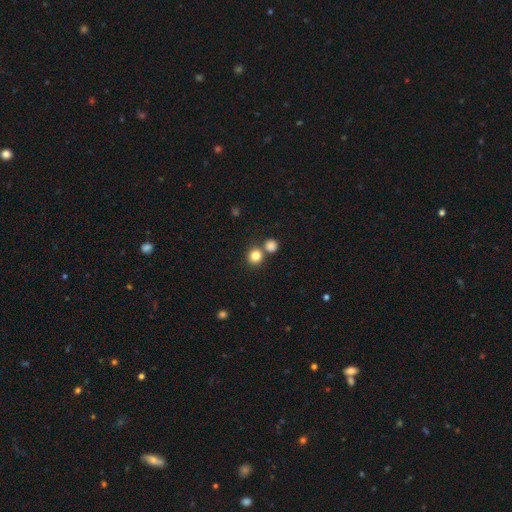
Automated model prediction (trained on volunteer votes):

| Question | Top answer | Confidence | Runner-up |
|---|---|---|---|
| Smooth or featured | smooth | 83% | star or artifact (11%) |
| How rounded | round | 89% | in between (10%) |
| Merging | none | 69% | merger (21%) |